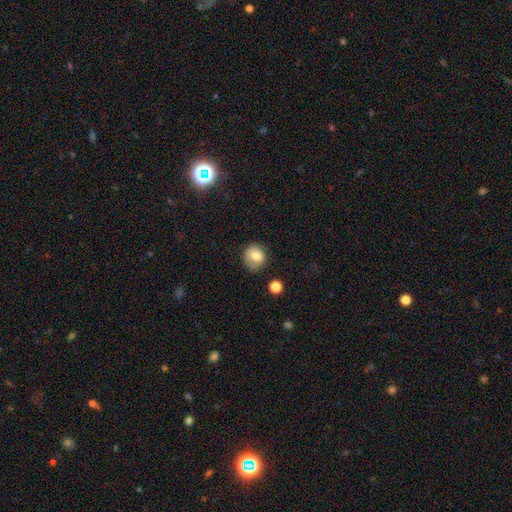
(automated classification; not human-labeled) A smooth galaxy with no disk features (78%) that is round (71%). Merging: none (67%).